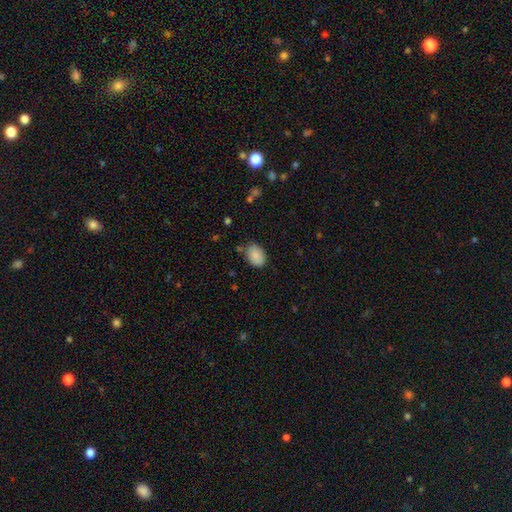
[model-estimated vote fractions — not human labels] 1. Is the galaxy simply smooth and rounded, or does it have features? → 88% smooth, 7% star or artifact, 5% featured or disk.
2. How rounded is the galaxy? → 78% in between, 21% round, 1% cigar-shaped.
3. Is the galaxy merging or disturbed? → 74% none, 18% minor disturbance, 4% major disturbance, 4% merger.